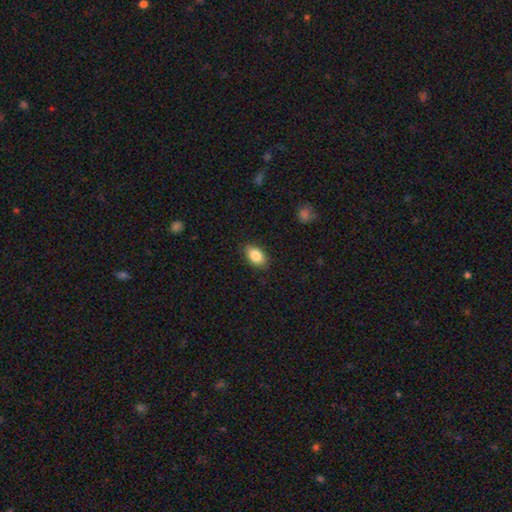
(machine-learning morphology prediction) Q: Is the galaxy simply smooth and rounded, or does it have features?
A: smooth — 85%.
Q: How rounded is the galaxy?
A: in between — 89%.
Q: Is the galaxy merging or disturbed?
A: none — 87%.